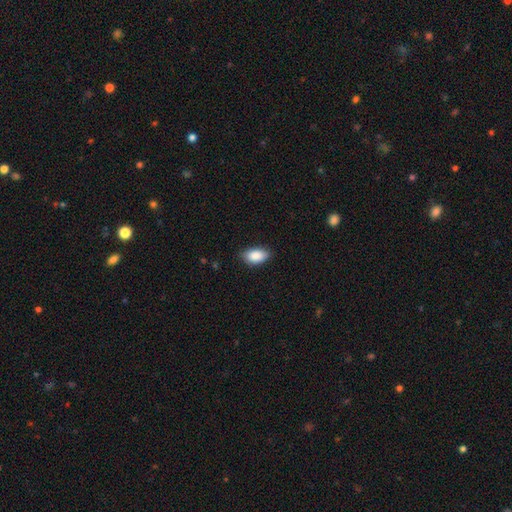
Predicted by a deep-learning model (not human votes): Overall: smooth (89%). How rounded: in between (92%). Merging: none (81%).